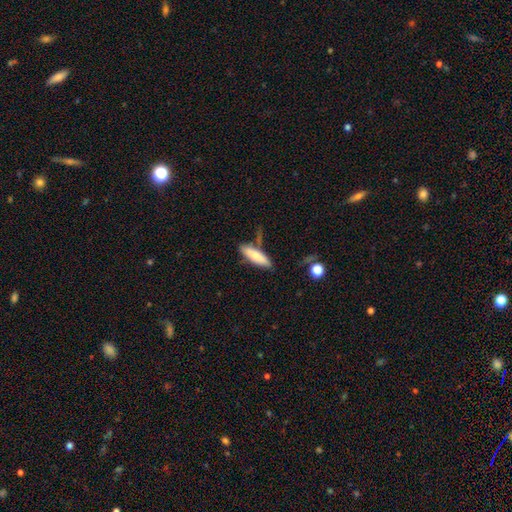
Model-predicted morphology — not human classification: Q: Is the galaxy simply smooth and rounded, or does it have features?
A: smooth — 72%.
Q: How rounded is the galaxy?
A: cigar-shaped — 55%.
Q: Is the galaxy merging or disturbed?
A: none — 63%.